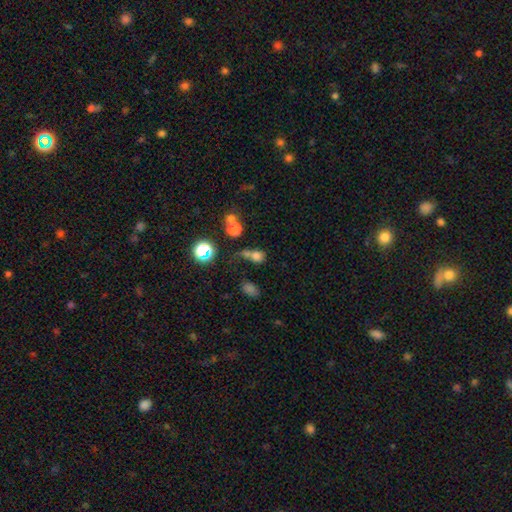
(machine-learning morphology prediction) smooth_or_featured: smooth (p=0.69) [alt: star or artifact p=0.21]
how_rounded: round (p=0.65) [alt: in between p=0.33]
merging: none (p=0.39) [alt: merger p=0.37]